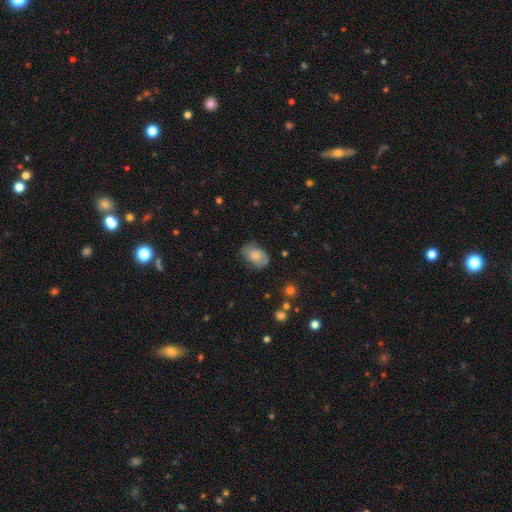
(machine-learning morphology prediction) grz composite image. It shows a smooth galaxy with no disk features (55%) that is in between round and cigar-shaped (82%). Merging: none (64%).